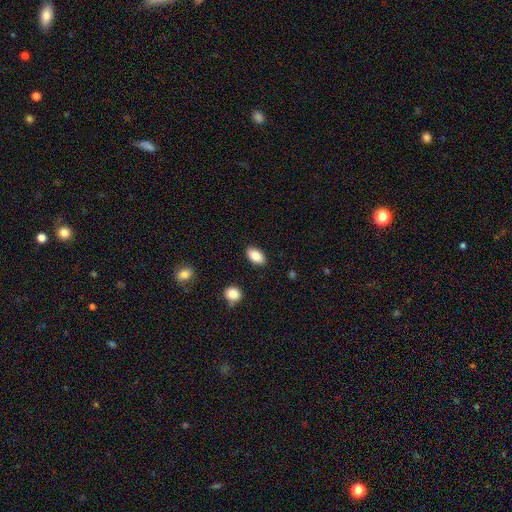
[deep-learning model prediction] The model was most divided on "smooth or featured": smooth: 86%, star or artifact: 7%, featured or disk: 7%. More confident: how rounded — in between (93%); merging — none (88%).